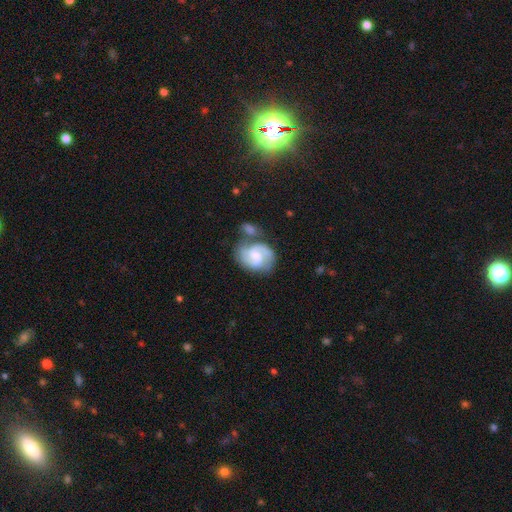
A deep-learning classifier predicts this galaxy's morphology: This appears to be a featured or disk galaxy (79%) with a weak bar (51%), 2 (86%) medium (51%) spiral arms (96%) and a moderate central bulge (39%). Merging: none (51%).